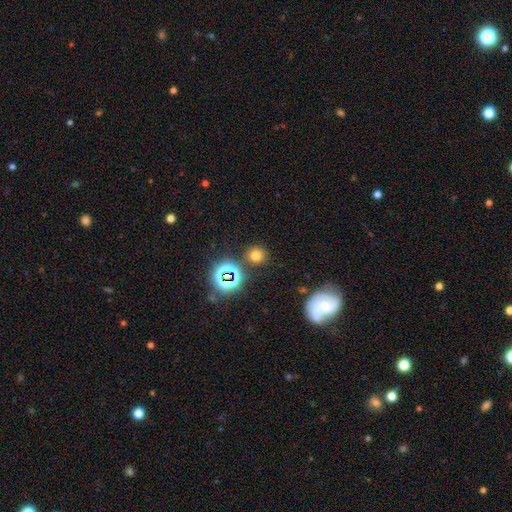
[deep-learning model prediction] This is likely a smooth galaxy (67%). How rounded: clearly round (89%). Merging: clearly none (84%).